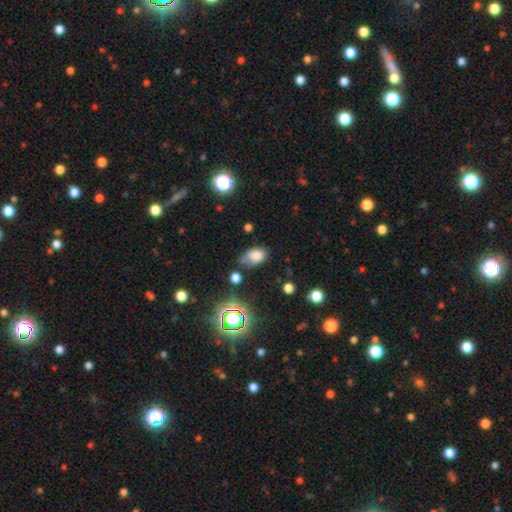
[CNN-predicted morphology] A smooth galaxy with no disk features (77%) that is in between round and cigar-shaped (88%).

Vote fractions:
- Smooth or featured? smooth: 77% / star or artifact: 14% / featured or disk: 9%
- How rounded? in between: 88% / round: 10% / cigar-shaped: 2%
- Merging? none: 54% / minor disturbance: 32% / major disturbance: 9% / merger: 5%